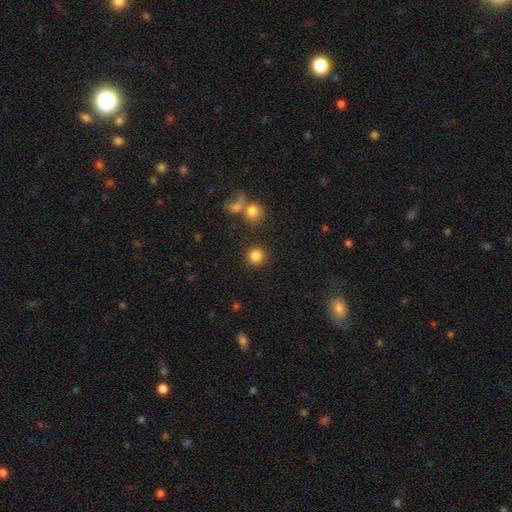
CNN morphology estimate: This appears to be a smooth galaxy with no disk features (83%) that is round (93%). Merging: none (87%).